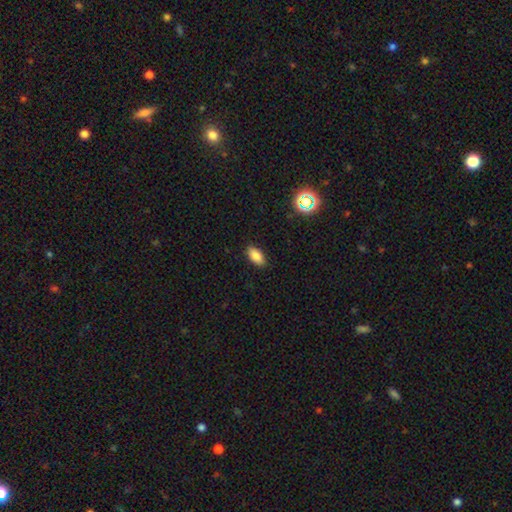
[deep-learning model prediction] Overall: smooth (84%). How rounded: in between (91%). Merging: none (89%).